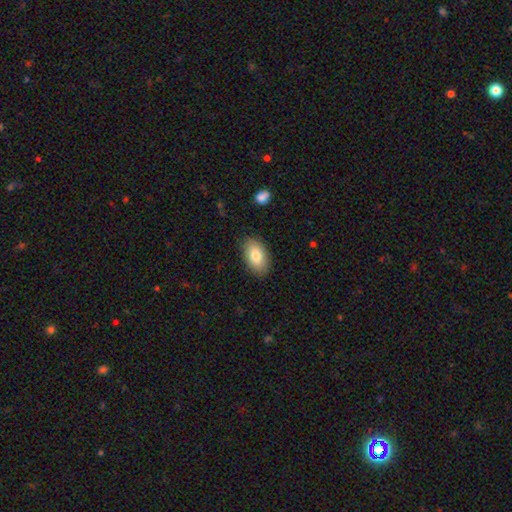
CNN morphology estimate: Smooth or featured? Predicted: smooth (p=0.82). How rounded? Predicted: in between (p=0.93). Merging? Predicted: none (p=0.86).